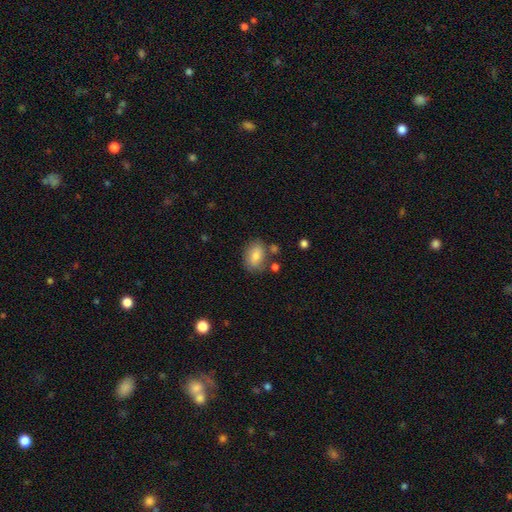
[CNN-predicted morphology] Smooth or featured: smooth — 78% (featured or disk — 14%)
How rounded: in between — 81% (round — 18%)
Merging: none — 71% (minor disturbance — 17%)